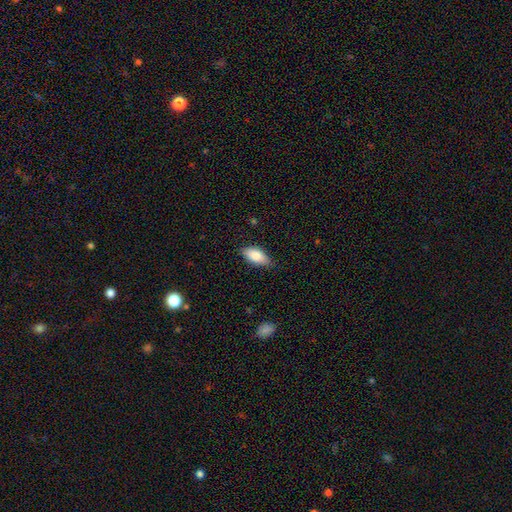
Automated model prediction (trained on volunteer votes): Morphology: type=smooth (82%); roundness=in between (87%); merging=none (78%).